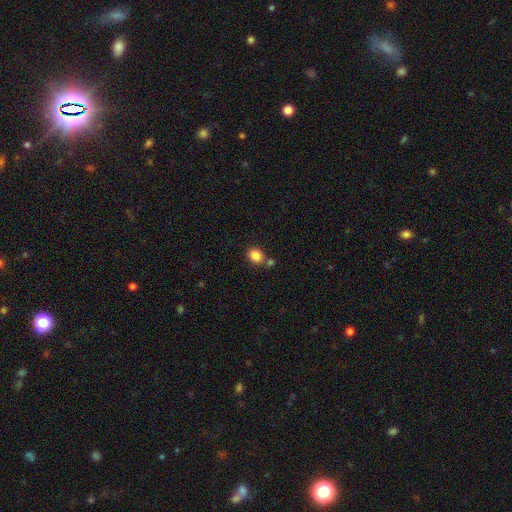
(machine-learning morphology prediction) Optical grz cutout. It shows a smooth galaxy with no disk features (86%) that is round (64%). Merging: none (67%).